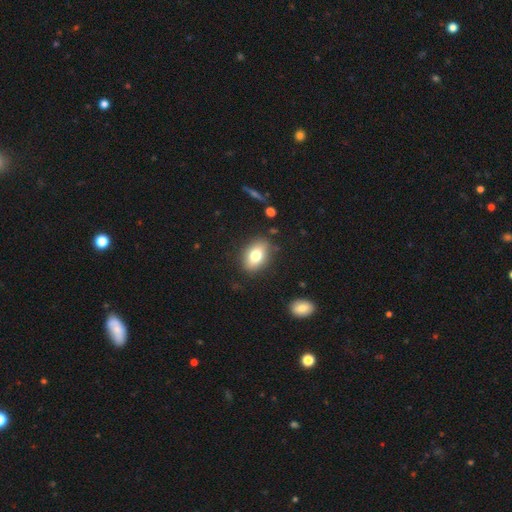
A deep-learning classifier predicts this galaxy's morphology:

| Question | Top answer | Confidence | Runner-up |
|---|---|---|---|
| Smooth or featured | smooth | 75% | featured or disk (16%) |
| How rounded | in between | 80% | round (18%) |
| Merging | none | 83% | minor disturbance (12%) |